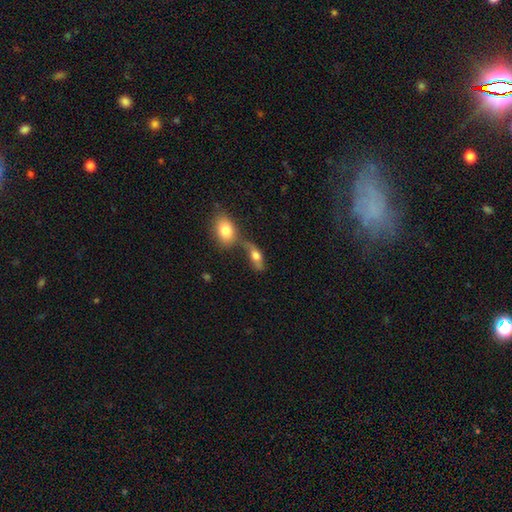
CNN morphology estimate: Smooth or featured? smooth (63%)
How rounded? in between (77%)
Merging? merger (40%)